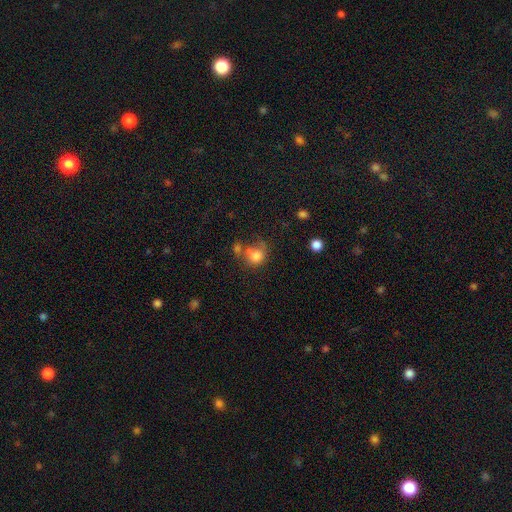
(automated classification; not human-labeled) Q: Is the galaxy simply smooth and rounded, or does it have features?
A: smooth — 79%.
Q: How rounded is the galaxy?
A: round — 75%.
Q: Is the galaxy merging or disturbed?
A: none — 43%.